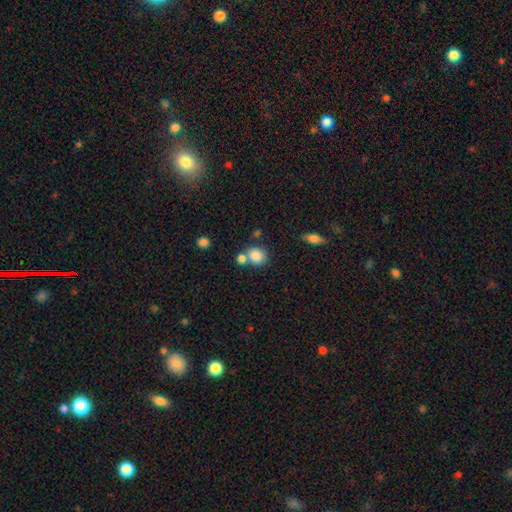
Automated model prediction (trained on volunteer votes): This is clearly a smooth galaxy (84%). How rounded: likely round (72%). Merging: possibly none (55%).